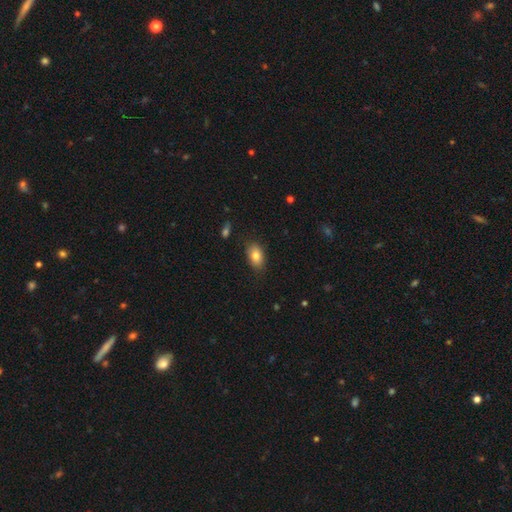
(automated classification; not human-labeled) Smooth or featured? smooth (81%)
How rounded? in between (88%)
Merging? none (81%)